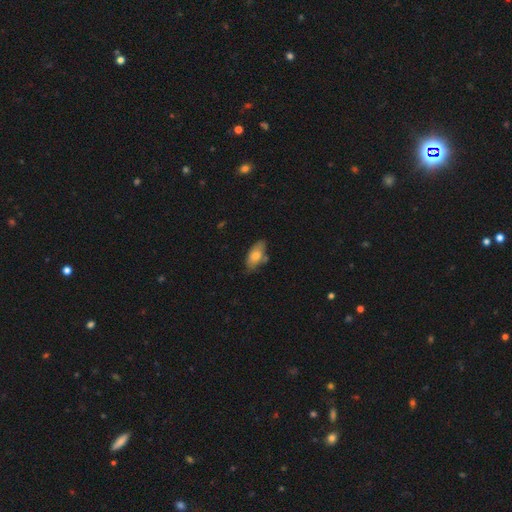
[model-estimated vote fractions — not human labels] Smooth or featured? Predicted: smooth (p=0.72). How rounded? Predicted: in between (p=0.90). Merging? Predicted: none (p=0.63).